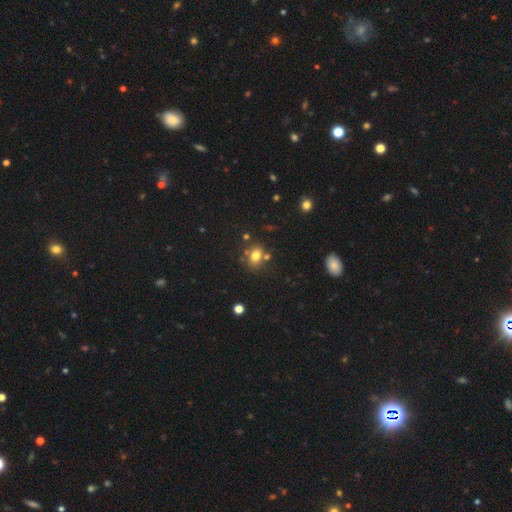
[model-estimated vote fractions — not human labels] smooth 74%, star or artifact 15%, featured or disk 11%. Down the decision tree: how rounded — in between (56%); merging — none (66%).